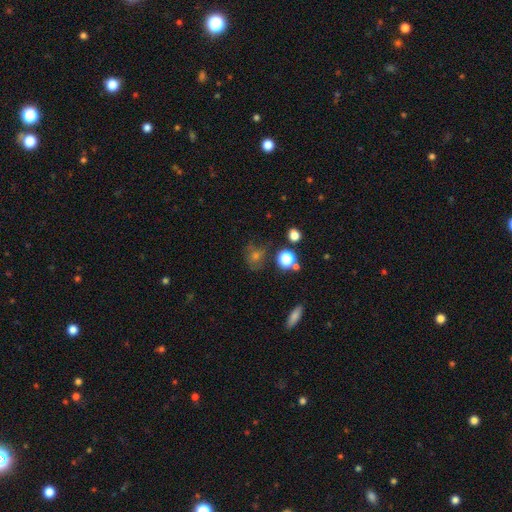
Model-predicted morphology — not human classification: smooth_or_featured: smooth (p=0.51) [alt: star or artifact p=0.29]
how_rounded: round (p=0.67) [alt: in between p=0.31]
merging: none (p=0.65) [alt: minor disturbance p=0.19]